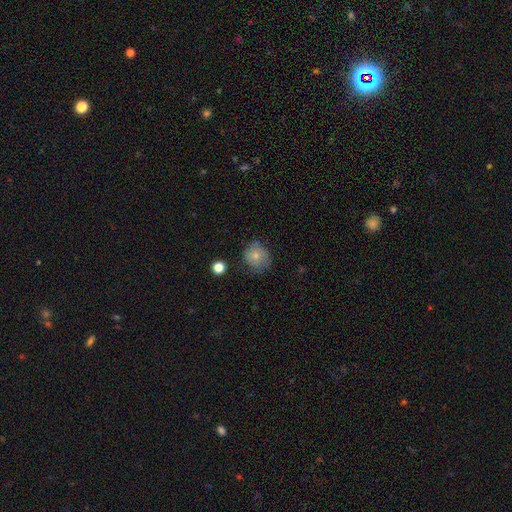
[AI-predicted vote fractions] smooth_or_featured: smooth (p=0.70) [alt: featured or disk p=0.20]
how_rounded: round (p=0.82) [alt: in between p=0.17]
merging: none (p=0.64) [alt: minor disturbance p=0.26]